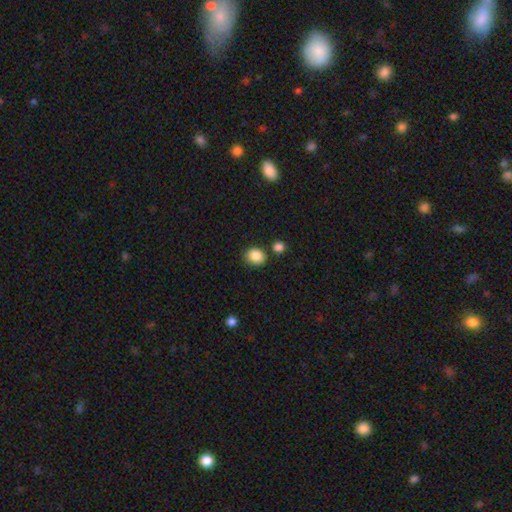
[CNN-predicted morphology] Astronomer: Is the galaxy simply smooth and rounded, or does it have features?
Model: smooth — 87%.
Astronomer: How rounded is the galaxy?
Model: round — 69%.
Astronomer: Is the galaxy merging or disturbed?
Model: none — 77%.